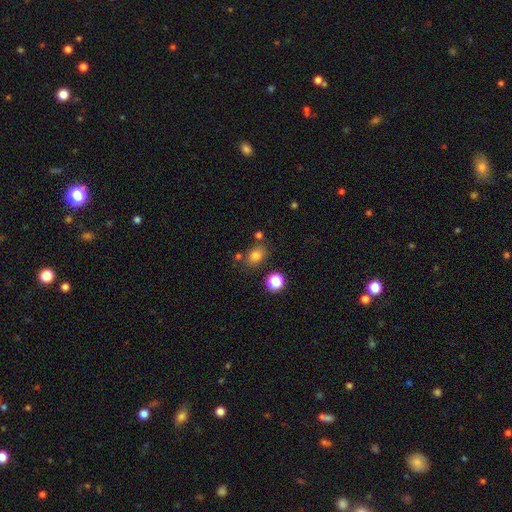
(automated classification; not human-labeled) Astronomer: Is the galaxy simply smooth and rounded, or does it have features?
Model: smooth — 79%.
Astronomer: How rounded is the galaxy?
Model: in between — 68%.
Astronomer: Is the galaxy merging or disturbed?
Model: none — 73%.